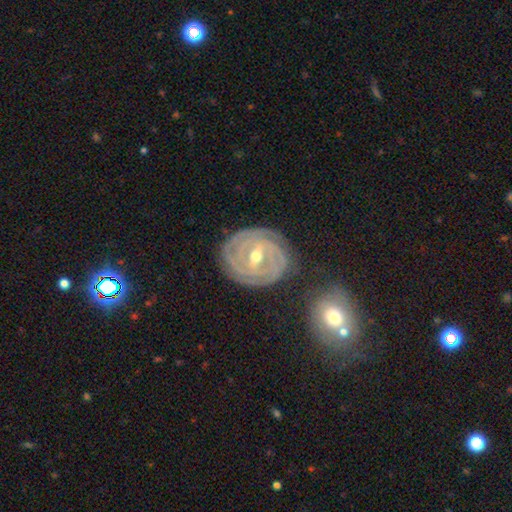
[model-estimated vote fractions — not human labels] Smooth or featured? Predicted: featured or disk (p=0.89). Edge-on disk? Predicted: no (p=0.97). Bar? Predicted: strong (p=0.44, tied with weak). Spiral arms? Predicted: yes (p=0.97). Spiral winding? Predicted: tight (p=0.88). Spiral arm count? Predicted: 3 (p=0.28). Bulge size? Predicted: moderate (p=0.62). Merging? Predicted: none (p=0.80).